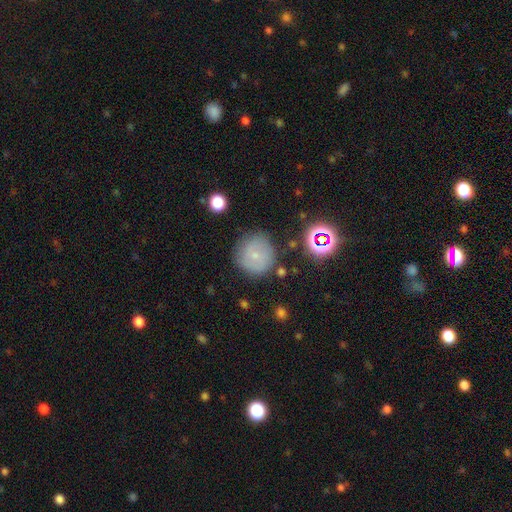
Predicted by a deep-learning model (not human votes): Q: Smooth or featured?
A: smooth (61%); runner-up: featured or disk (25%)
Q: How rounded?
A: round (93%); runner-up: in between (6%)
Q: Merging?
A: none (76%); runner-up: minor disturbance (16%)